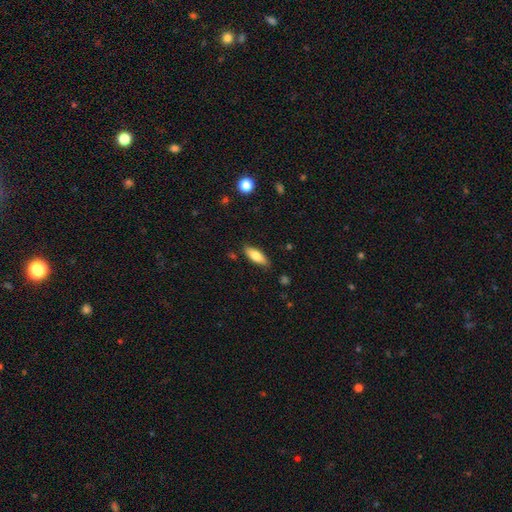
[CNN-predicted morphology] Smooth or featured?
  - smooth: 75% *
  - featured or disk: 19%
  - star or artifact: 6%
How rounded?
  - in between: 69% *
  - cigar-shaped: 29%
  - round: 2%
Merging?
  - none: 83% *
  - minor disturbance: 13%
  - major disturbance: 2%
  - merger: 2%